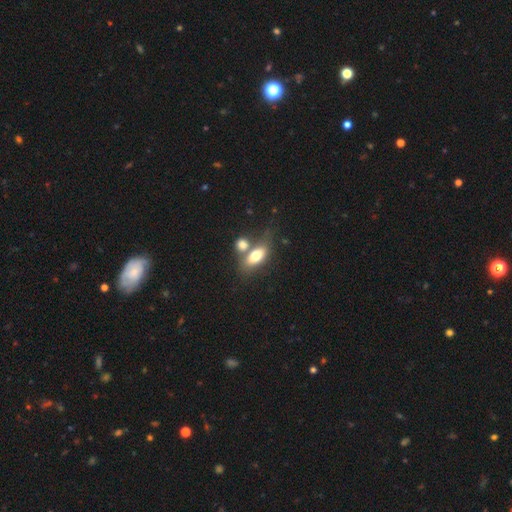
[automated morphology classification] This is likely a smooth galaxy (70%). How rounded: likely in between (80%). Merging: marginally none (44%).